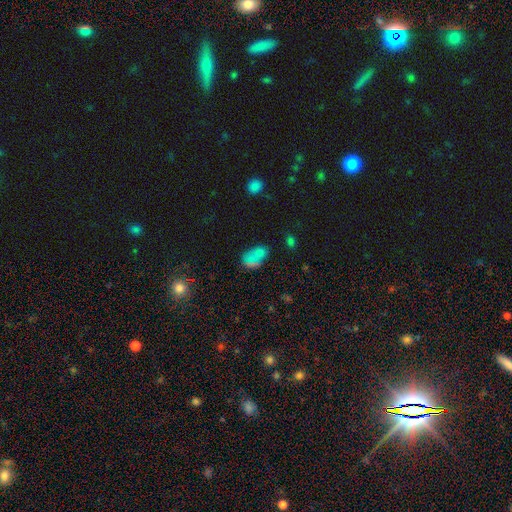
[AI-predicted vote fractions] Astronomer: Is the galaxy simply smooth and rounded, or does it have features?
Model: smooth — 58%.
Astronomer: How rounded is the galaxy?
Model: in between — 77%.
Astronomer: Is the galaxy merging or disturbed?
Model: none — 47% (runner-up: merger, 22%).